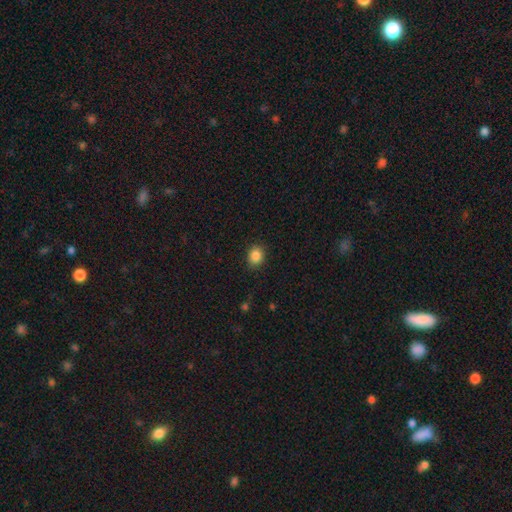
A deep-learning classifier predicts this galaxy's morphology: smooth-or-featured: smooth: 86% | star or artifact: 10% | featured or disk: 4%
  how-rounded: round: 61% | in between: 38% | cigar-shaped: 1%
  merging: none: 88% | minor disturbance: 8% | major disturbance: 2% | merger: 1%